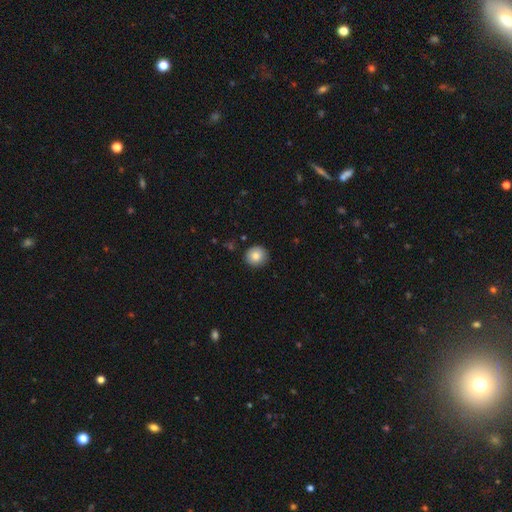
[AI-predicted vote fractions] A smooth galaxy with no disk features (84%) that is round (91%).

Vote fractions:
- Smooth or featured? smooth: 84% / star or artifact: 9% / featured or disk: 8%
- How rounded? round: 91% / in between: 9% / cigar-shaped: 1%
- Merging? none: 90% / minor disturbance: 7% / major disturbance: 2% / merger: 1%